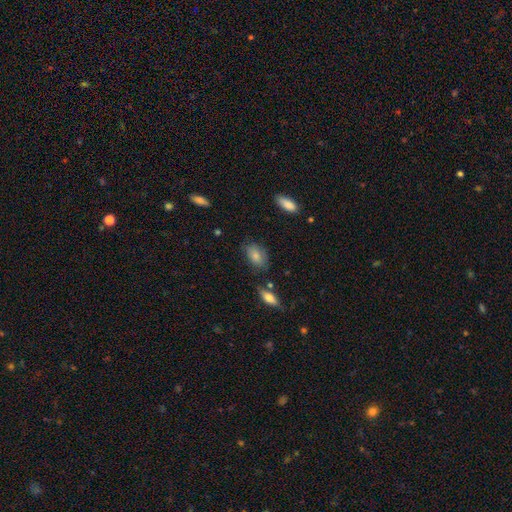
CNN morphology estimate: smooth-or-featured: smooth: 79% | featured or disk: 13% | star or artifact: 8%
  how-rounded: in between: 90% | round: 8% | cigar-shaped: 3%
  merging: none: 70% | minor disturbance: 22% | major disturbance: 5% | merger: 3%